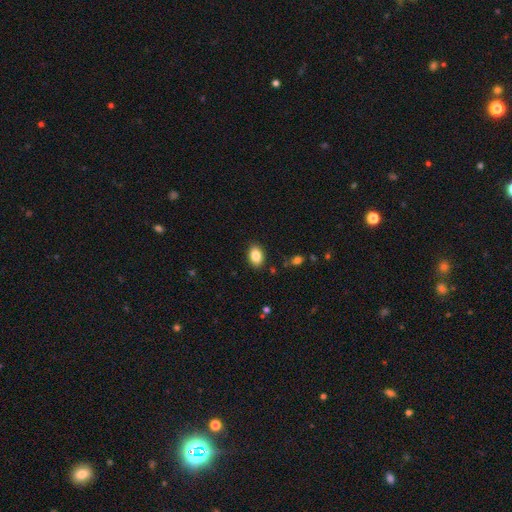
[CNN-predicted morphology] Smooth or featured? Predicted: smooth (p=0.85). How rounded? Predicted: in between (p=0.82). Merging? Predicted: none (p=0.88).